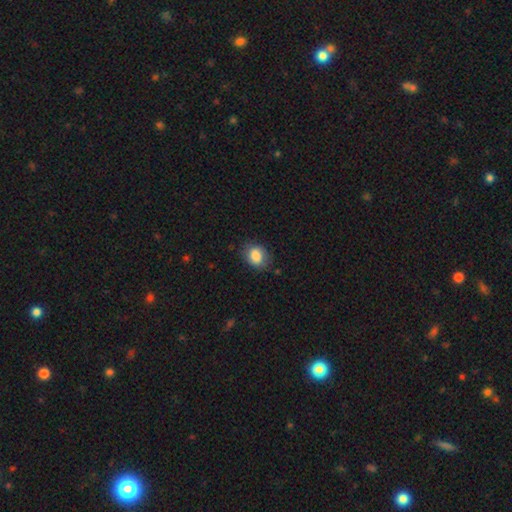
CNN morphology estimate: smooth 84%, star or artifact 8%, featured or disk 7%. Down the decision tree: how rounded — in between (62%); merging — none (76%).